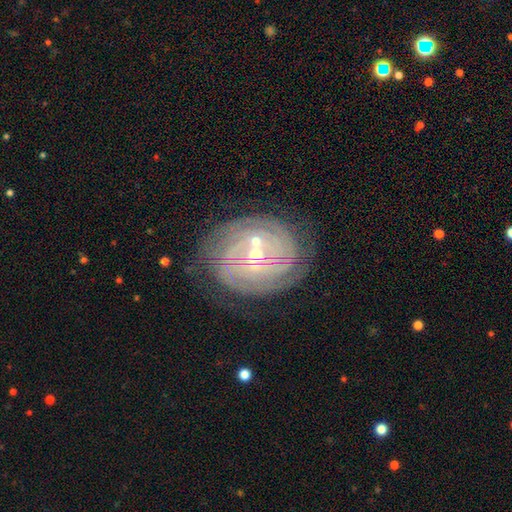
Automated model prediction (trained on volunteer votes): Morphology: type=featured or disk (80%); edge-on=no (96%); bar=no (46%); spiral arms=yes (93%); winding=tight (81%); arm count=can't tell (35%); bulge=small (64%); merging=none (69%).